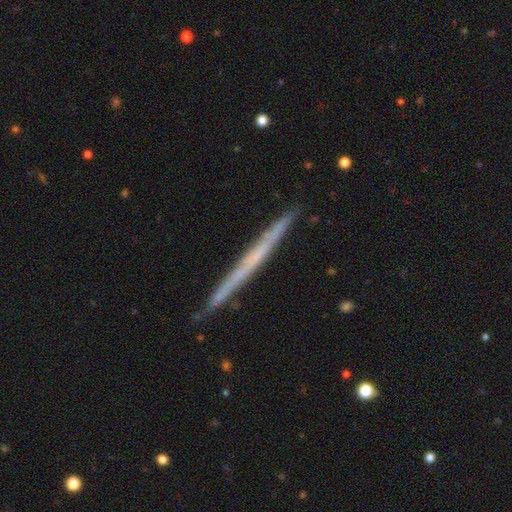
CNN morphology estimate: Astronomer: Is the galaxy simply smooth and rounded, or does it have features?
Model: featured or disk — 61%.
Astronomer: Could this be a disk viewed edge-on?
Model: yes — 98%.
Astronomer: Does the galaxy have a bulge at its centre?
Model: none — 89%.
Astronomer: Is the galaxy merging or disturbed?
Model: none — 89%.